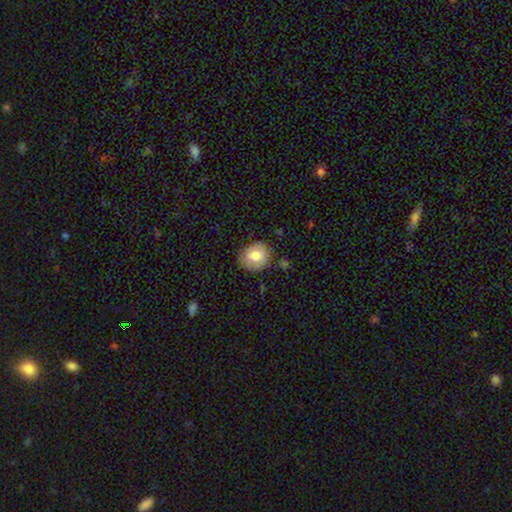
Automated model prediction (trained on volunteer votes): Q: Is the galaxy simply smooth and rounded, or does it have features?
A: smooth — 78%.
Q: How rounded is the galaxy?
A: round — 80%.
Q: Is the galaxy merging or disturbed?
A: none — 81%.